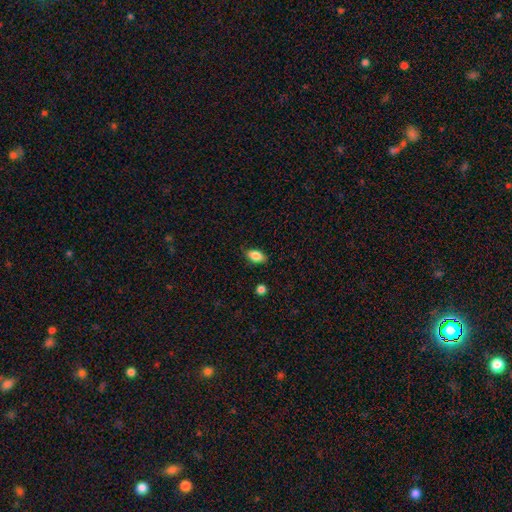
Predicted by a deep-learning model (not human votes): Overall: smooth (84%). How rounded: in between (90%). Merging: none (84%).